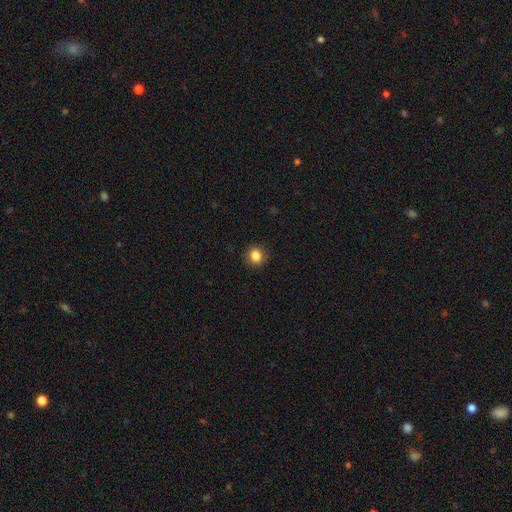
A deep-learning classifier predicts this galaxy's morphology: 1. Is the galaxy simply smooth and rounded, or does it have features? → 85% smooth, 11% star or artifact, 4% featured or disk.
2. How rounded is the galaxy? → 85% round, 14% in between, 1% cigar-shaped.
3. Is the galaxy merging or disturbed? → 90% none, 7% minor disturbance, 2% major disturbance, 1% merger.